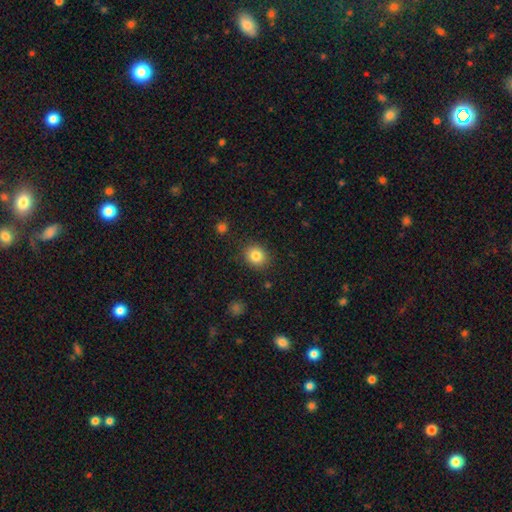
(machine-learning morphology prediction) A smooth galaxy with no disk features (83%) that is round (71%). Merging: none (87%).